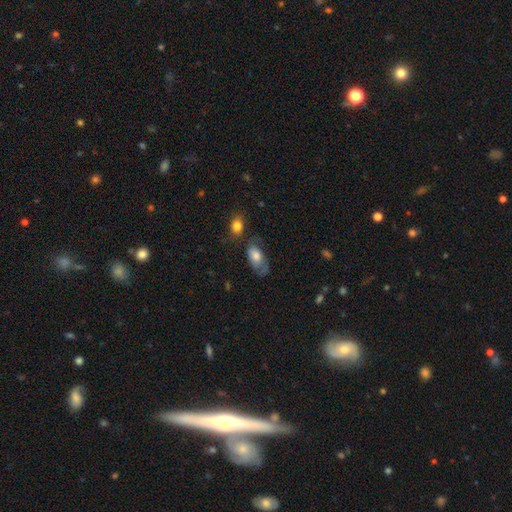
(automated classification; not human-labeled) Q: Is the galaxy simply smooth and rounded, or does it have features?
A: smooth — 70%.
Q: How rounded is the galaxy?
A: in between — 92%.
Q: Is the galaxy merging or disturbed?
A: none — 38%.